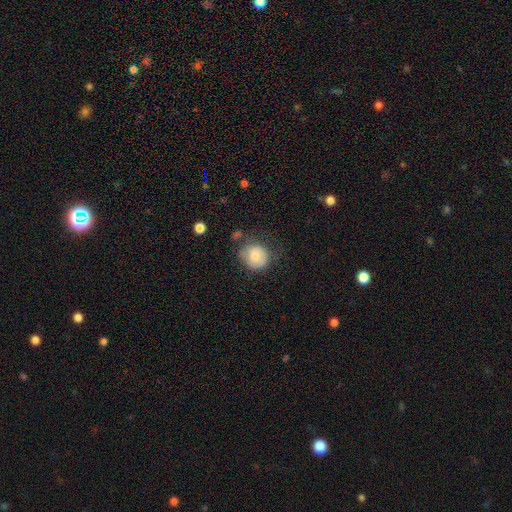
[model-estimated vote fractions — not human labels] This appears to be a smooth galaxy with no disk features (74%) that is round (83%). Merging: none (54%).